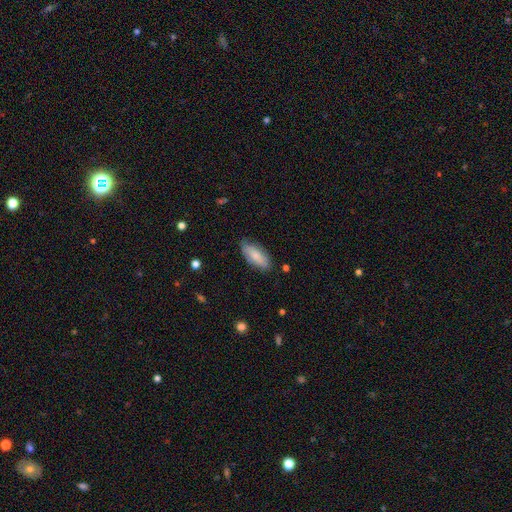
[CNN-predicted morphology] Smooth or featured? smooth (81%)
How rounded? in between (81%)
Merging? none (81%)